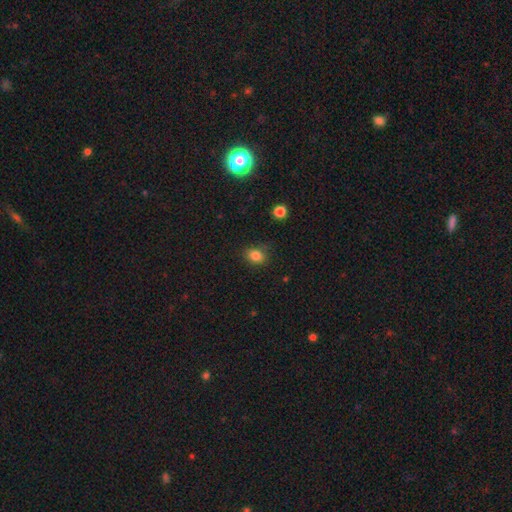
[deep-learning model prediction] smooth 83%, star or artifact 12%, featured or disk 5%. Down the decision tree: how rounded — in between (57%); merging — none (80%).